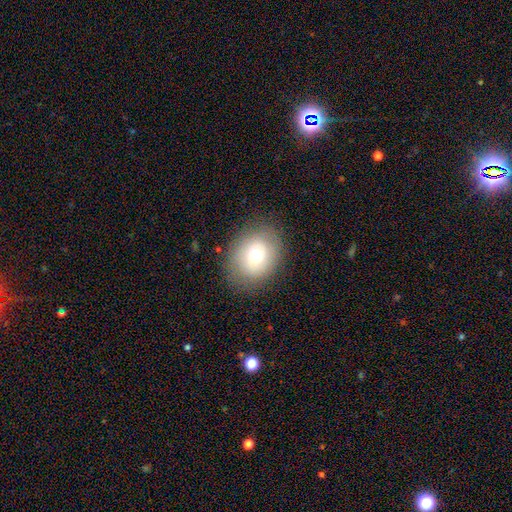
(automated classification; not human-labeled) Smooth or featured: smooth — 68% (featured or disk — 22%)
How rounded: in between — 51% (round — 48%)
Merging: none — 83% (minor disturbance — 12%)